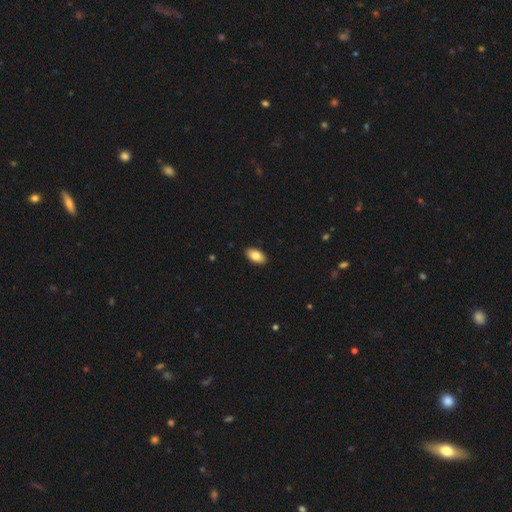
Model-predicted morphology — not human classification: This appears to be a smooth galaxy with no disk features (83%) that is in between round and cigar-shaped (94%). Merging: none (90%).